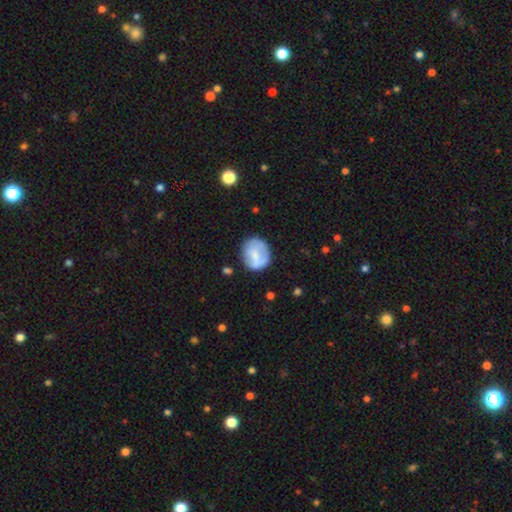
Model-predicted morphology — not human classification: smooth 60%, featured or disk 33%, star or artifact 7%. Down the decision tree: how rounded — round (72%); merging — none (66%).